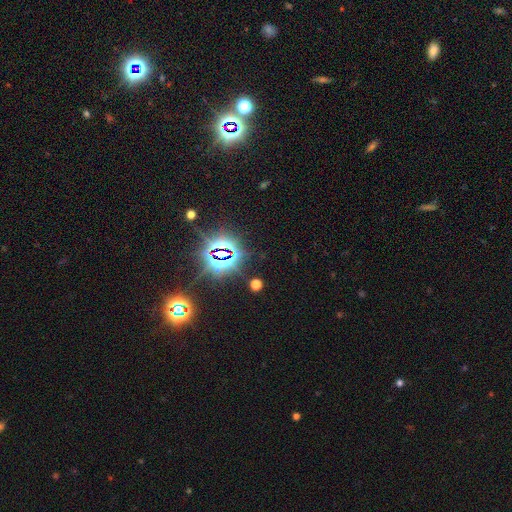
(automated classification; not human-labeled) This appears to be a star or artifact, not a galaxy (80%).